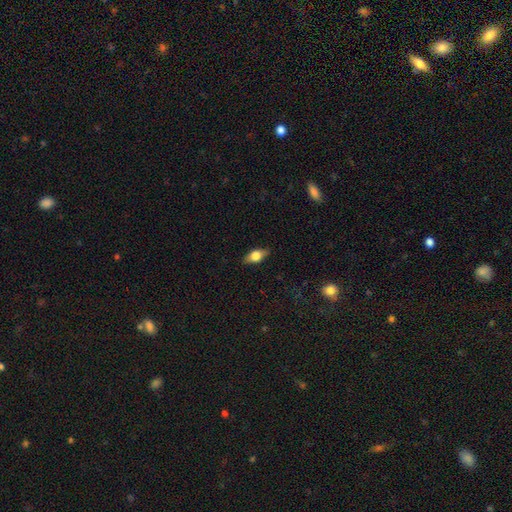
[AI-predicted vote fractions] A smooth galaxy with no disk features (61%) that is in between round and cigar-shaped (80%).

Vote fractions:
- Smooth or featured? smooth: 61% / featured or disk: 31% / star or artifact: 8%
- How rounded? in between: 80% / cigar-shaped: 12% / round: 8%
- Merging? none: 85% / minor disturbance: 11% / major disturbance: 2% / merger: 1%